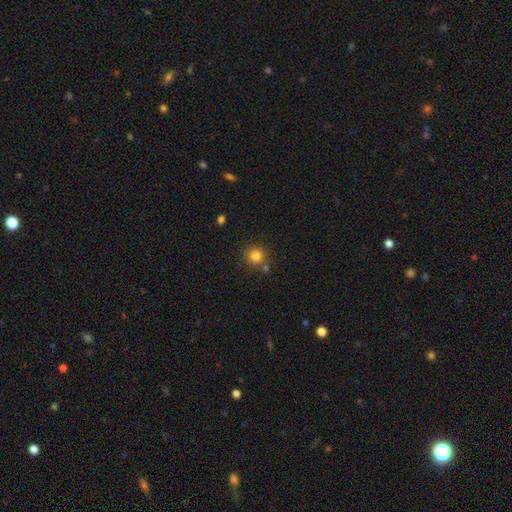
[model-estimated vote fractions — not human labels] Smooth or featured? smooth (82%)
How rounded? round (91%)
Merging? none (78%)